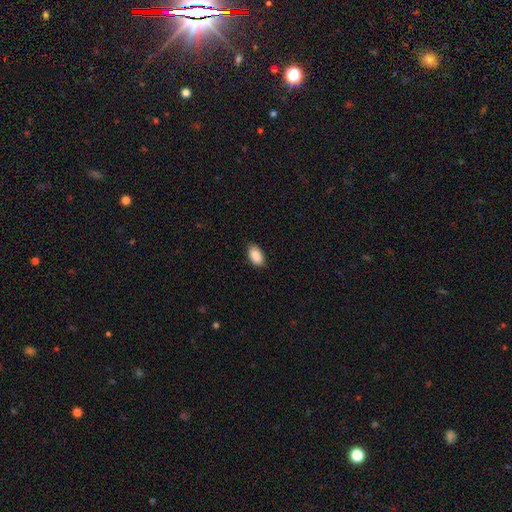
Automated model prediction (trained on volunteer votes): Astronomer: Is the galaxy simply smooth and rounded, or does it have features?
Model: smooth — 90%.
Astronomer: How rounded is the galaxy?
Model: in between — 94%.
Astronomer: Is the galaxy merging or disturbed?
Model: none — 86%.